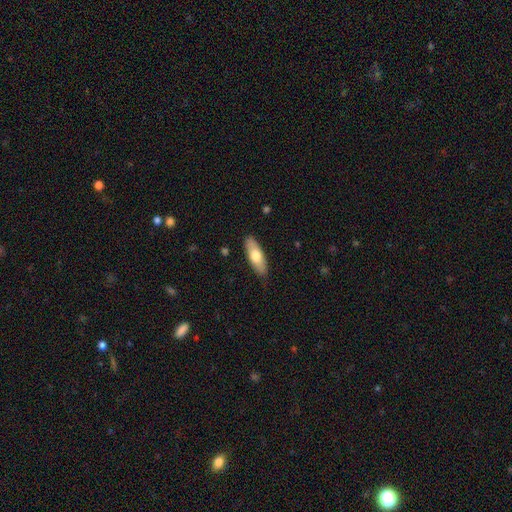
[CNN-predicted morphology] Smooth or featured? Predicted: smooth (p=0.69). How rounded? Predicted: in between (p=0.66). Merging? Predicted: none (p=0.87).